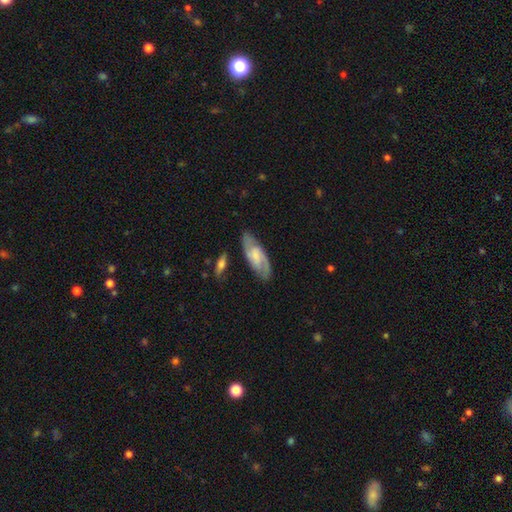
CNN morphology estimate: A featured or disk galaxy (71%) with a weak bar (46%), 2 (81%) medium (50%) spiral arms (93%) and a small central bulge (44%).

Vote fractions:
- Smooth or featured? featured or disk: 71% / smooth: 23% / star or artifact: 6%
- Edge-on disk? no: 91% / yes: 9%
- Bar? weak: 46% / no: 44% / strong: 10%
- Spiral arms? yes: 93% / no: 7%
- Spiral winding? medium: 50% / tight: 32% / loose: 18%
- Spiral arm count? 2: 81% / can't tell: 11% / 3: 4% / 1: 2% / 4: 1% / more than 4: 1%
- Bulge size? small: 44% / moderate: 30% / none: 18% / large: 6% / dominant: 1%
- Merging? none: 79% / minor disturbance: 14% / major disturbance: 4% / merger: 3%